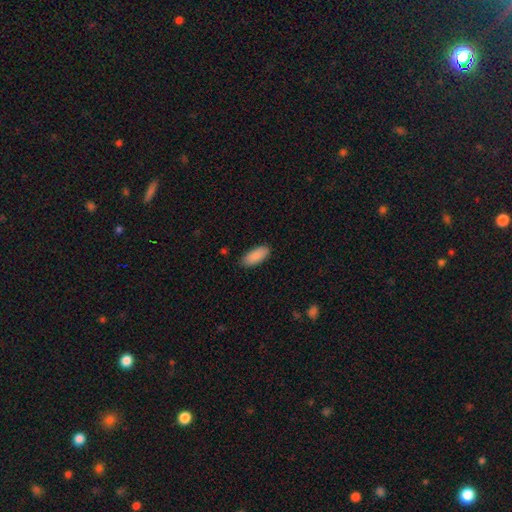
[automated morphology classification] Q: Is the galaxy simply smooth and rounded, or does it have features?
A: smooth — 90%.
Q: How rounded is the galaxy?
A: in between — 87%.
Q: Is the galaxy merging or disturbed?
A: none — 87%.